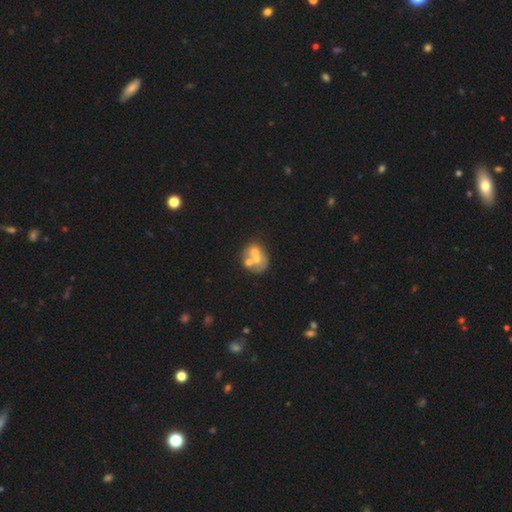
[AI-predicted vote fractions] Q: Smooth or featured?
A: featured or disk (50%); runner-up: smooth (40%)
Q: Merging?
A: merger (52%); runner-up: none (29%)